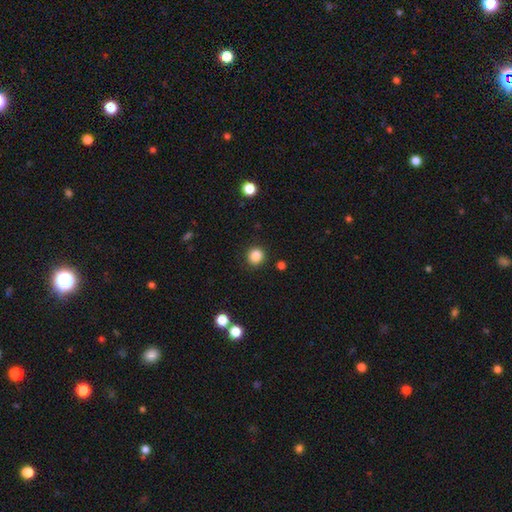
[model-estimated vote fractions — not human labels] smooth-or-featured: smooth: 86% | star or artifact: 11% | featured or disk: 3%
  how-rounded: round: 91% | in between: 8% | cigar-shaped: 1%
  merging: none: 90% | minor disturbance: 6% | major disturbance: 2% | merger: 1%